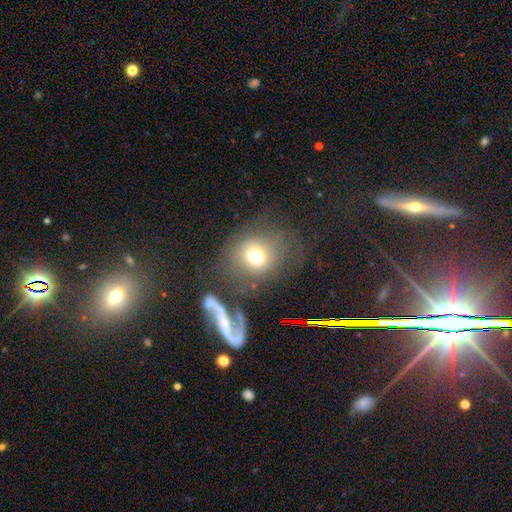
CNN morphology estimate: smooth-or-featured: smooth: 69% | featured or disk: 18% | star or artifact: 13%
  how-rounded: round: 78% | in between: 21% | cigar-shaped: 1%
  merging: none: 55% | major disturbance: 17% | minor disturbance: 15% | merger: 13%